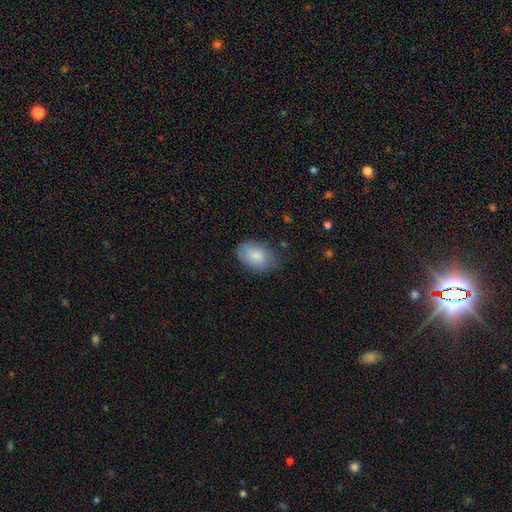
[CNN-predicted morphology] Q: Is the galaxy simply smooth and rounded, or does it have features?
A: smooth — 81%.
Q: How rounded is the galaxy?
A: in between — 87%.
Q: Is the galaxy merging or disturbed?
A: none — 68%.